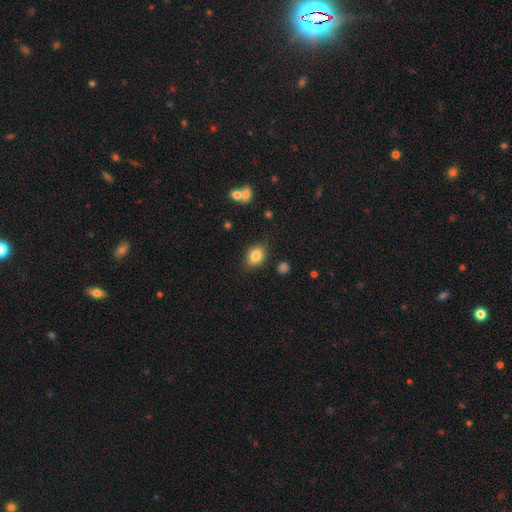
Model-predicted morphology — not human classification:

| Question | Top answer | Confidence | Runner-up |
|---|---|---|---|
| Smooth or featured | smooth | 83% | featured or disk (9%) |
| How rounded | in between | 75% | round (24%) |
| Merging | none | 78% | minor disturbance (16%) |